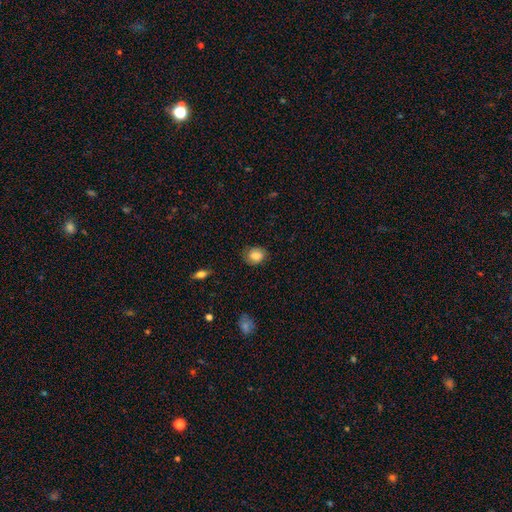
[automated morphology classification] Smooth or featured?
  - smooth: 78% *
  - featured or disk: 14%
  - star or artifact: 9%
How rounded?
  - round: 50% *
  - in between: 48%
  - cigar-shaped: 1%
Merging?
  - none: 77% *
  - minor disturbance: 17%
  - major disturbance: 4%
  - merger: 1%